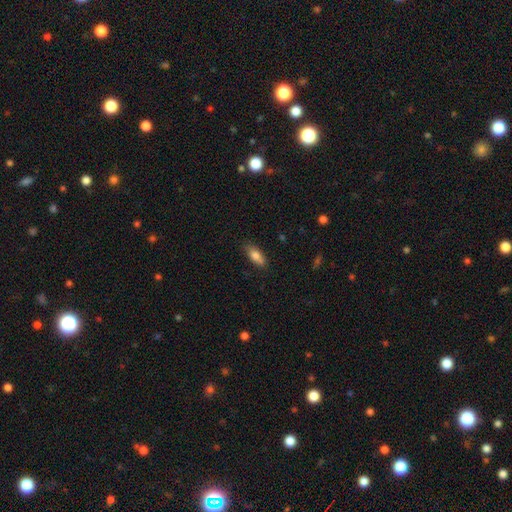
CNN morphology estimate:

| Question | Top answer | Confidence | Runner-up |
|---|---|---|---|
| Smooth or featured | smooth | 80% | featured or disk (13%) |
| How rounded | in between | 76% | cigar-shaped (21%) |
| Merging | none | 81% | minor disturbance (15%) |